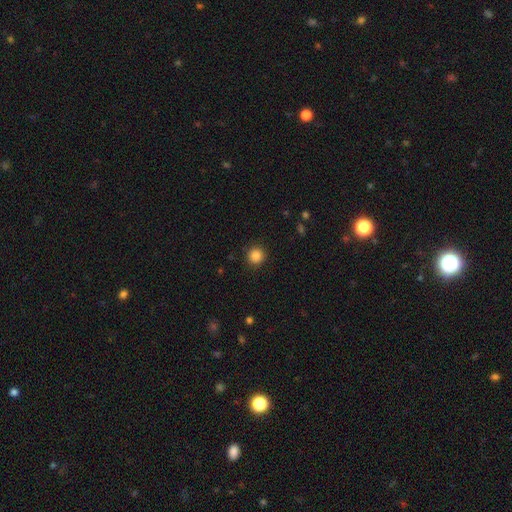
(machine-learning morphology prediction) Smooth or featured? smooth (86%)
How rounded? round (94%)
Merging? none (91%)